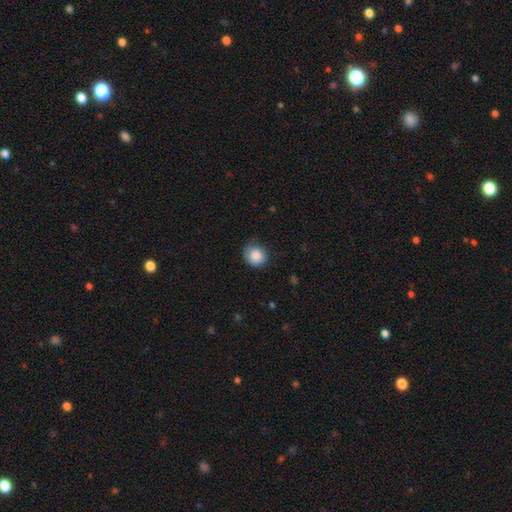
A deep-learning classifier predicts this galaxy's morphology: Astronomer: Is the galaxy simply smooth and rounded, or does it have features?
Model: smooth — 87%.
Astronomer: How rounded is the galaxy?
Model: round — 85%.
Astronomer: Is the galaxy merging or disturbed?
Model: none — 73%.